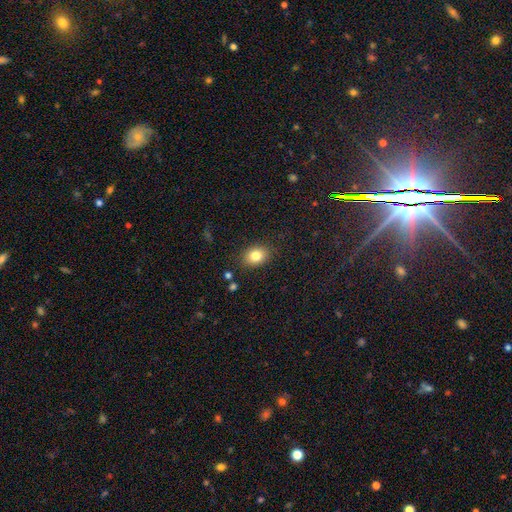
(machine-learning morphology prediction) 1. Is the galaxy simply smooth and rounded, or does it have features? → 82% smooth, 10% star or artifact, 8% featured or disk.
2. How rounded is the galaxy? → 63% in between, 36% round, 1% cigar-shaped.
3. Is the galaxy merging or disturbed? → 86% none, 10% minor disturbance, 3% major disturbance, 2% merger.